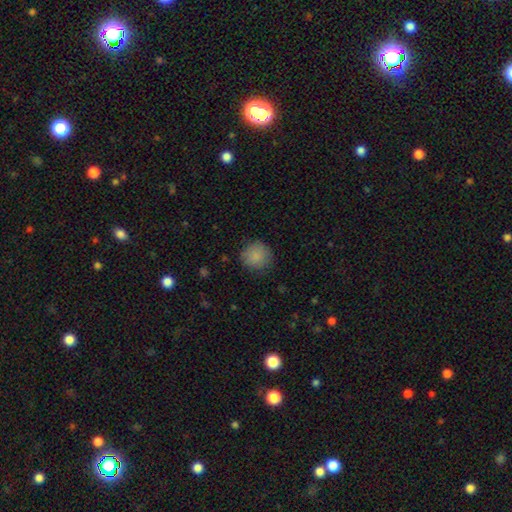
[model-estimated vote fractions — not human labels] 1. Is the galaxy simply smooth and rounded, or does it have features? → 86% smooth, 8% star or artifact, 5% featured or disk.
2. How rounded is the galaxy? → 92% round, 7% in between, 1% cigar-shaped.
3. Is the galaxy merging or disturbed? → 83% none, 12% minor disturbance, 3% major disturbance, 1% merger.